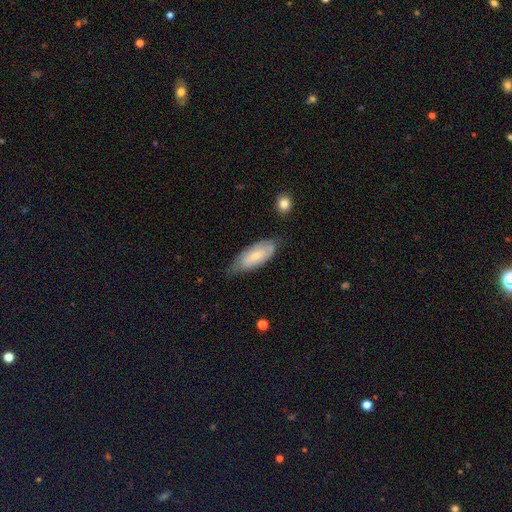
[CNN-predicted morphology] This appears to be a smooth galaxy with no disk features (53%) that is in between round and cigar-shaped (82%). Merging: none (57%).